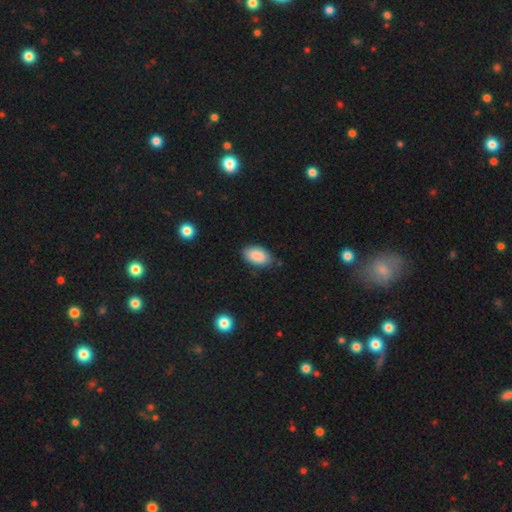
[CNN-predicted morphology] type=smooth (89%); roundness=in between (94%); merging=none (81%).